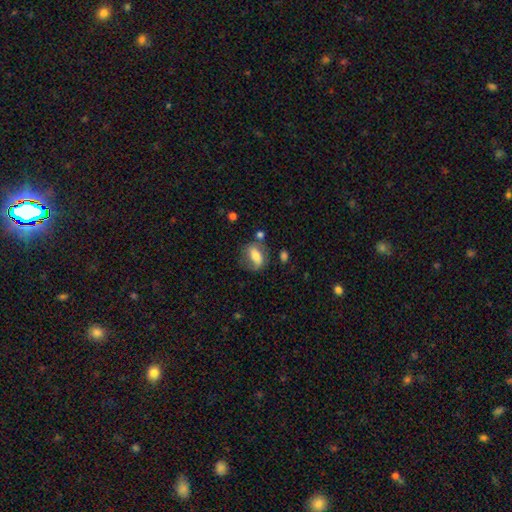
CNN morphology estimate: Overall: smooth (63%; featured or disk 29%). How rounded: in between (77%). Merging: none (57%; minor disturbance 23%).